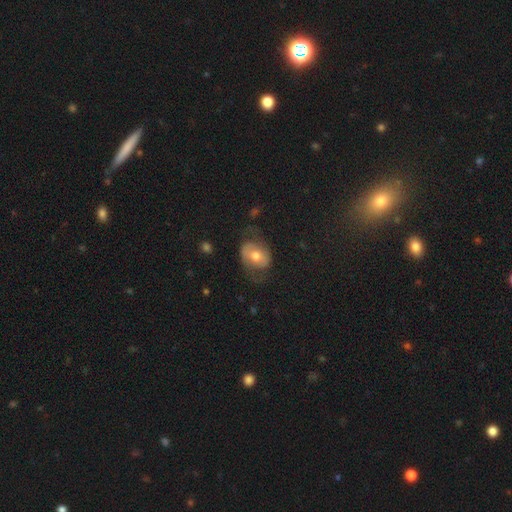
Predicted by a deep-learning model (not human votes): Q: Smooth or featured?
A: featured or disk (59%); runner-up: smooth (34%)
Q: Edge-on disk?
A: no (96%); runner-up: yes (4%)
Q: Bar?
A: no (56%); runner-up: weak (31%)
Q: Spiral arms?
A: yes (76%); runner-up: no (24%)
Q: Bulge size?
A: moderate (74%); runner-up: small (13%)
Q: Merging?
A: none (61%); runner-up: minor disturbance (20%)